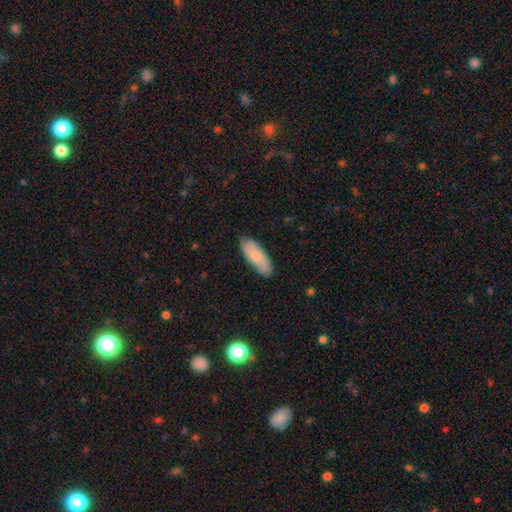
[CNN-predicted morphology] Q: Smooth or featured?
A: smooth (70%); runner-up: featured or disk (24%)
Q: How rounded?
A: in between (71%); runner-up: cigar-shaped (27%)
Q: Merging?
A: none (82%); runner-up: minor disturbance (15%)